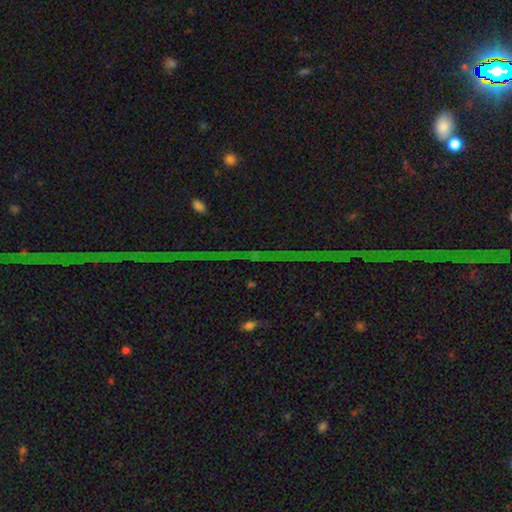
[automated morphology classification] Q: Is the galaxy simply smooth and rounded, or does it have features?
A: star or artifact — 82%.